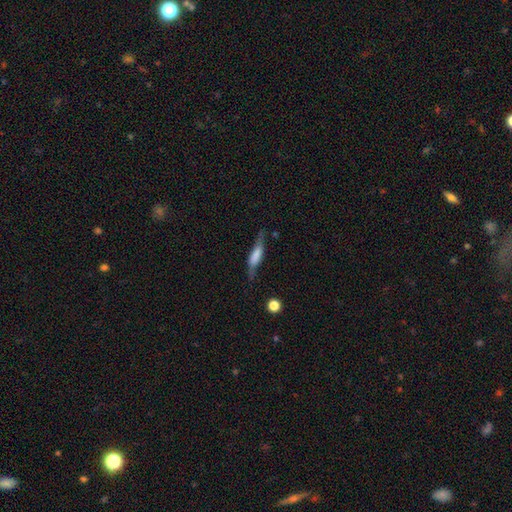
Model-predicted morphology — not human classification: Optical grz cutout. It shows a smooth galaxy with no disk features (48%). Merging: none (61%).